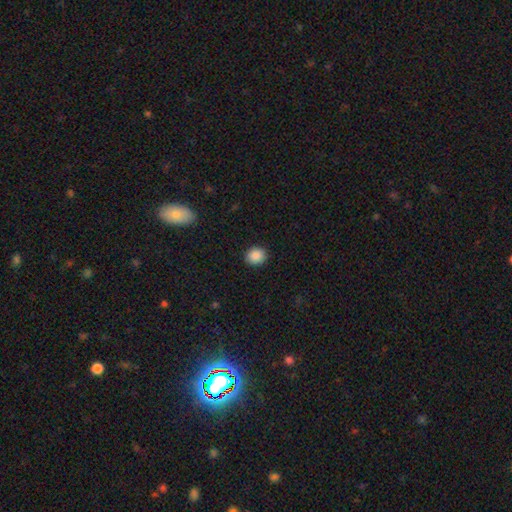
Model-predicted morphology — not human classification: A smooth galaxy with no disk features (89%) that is round (73%). Merging: none (90%).